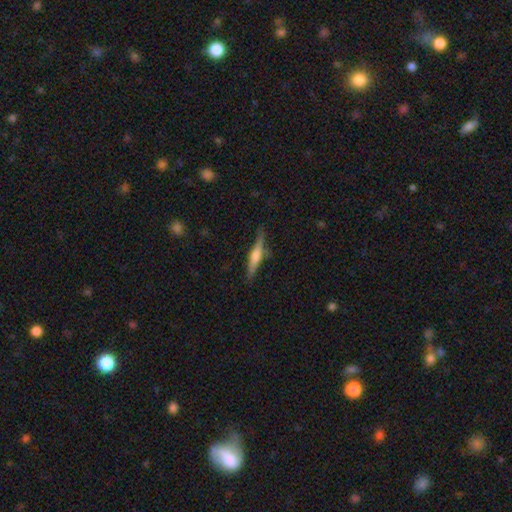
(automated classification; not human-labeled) Smooth or featured? Predicted: featured or disk (p=0.52). Edge-on disk? Predicted: yes (p=0.96). Merging? Predicted: none (p=0.78).